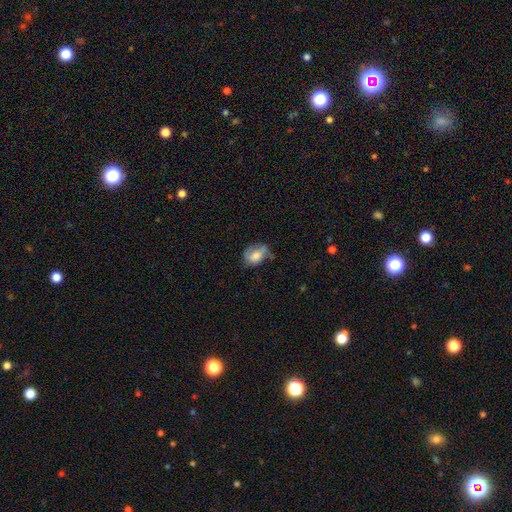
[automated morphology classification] This is likely a smooth galaxy (68%). How rounded: likely in between (76%). Merging: marginally minor disturbance (37%, tied with none).